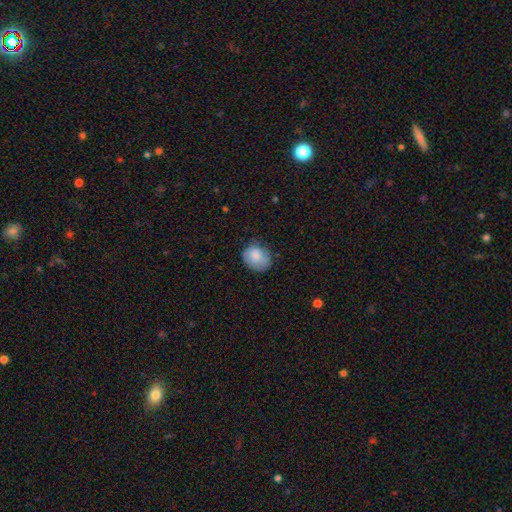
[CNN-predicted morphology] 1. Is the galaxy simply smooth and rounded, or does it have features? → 81% smooth, 12% featured or disk, 7% star or artifact.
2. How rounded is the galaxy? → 57% round, 43% in between, 1% cigar-shaped.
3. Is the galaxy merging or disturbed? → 62% none, 29% minor disturbance, 8% major disturbance, 1% merger.